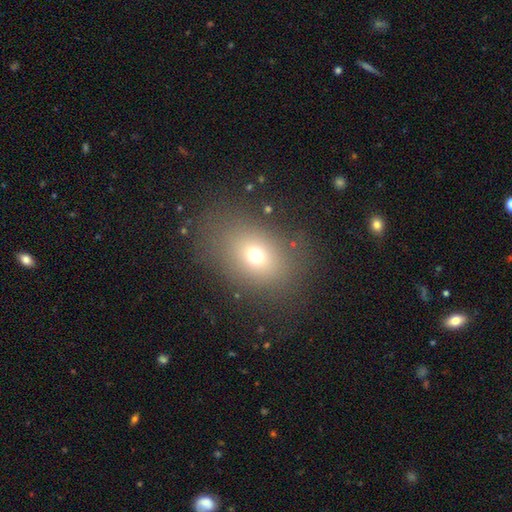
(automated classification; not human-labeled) This appears to be a smooth galaxy with no disk features (68%) that is in between round and cigar-shaped (61%). Merging: none (78%).